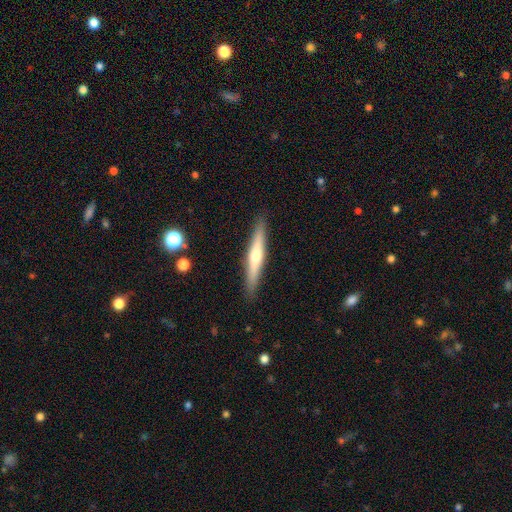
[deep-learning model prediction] Smooth or featured: featured or disk — 57% (smooth — 37%)
Edge-on disk: yes — 96% (no — 4%)
Edge-on bulge: rounded — 85% (none — 11%)
Merging: none — 90% (minor disturbance — 7%)